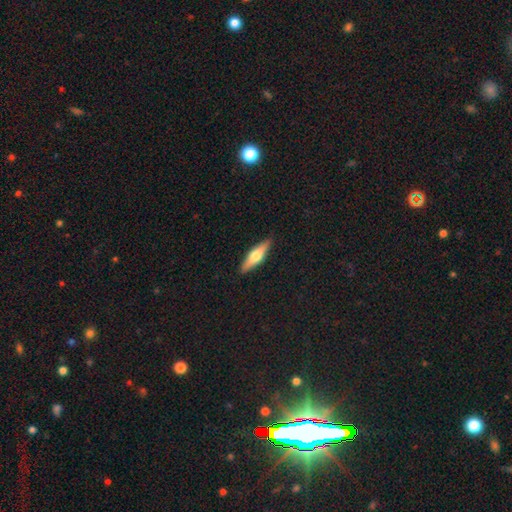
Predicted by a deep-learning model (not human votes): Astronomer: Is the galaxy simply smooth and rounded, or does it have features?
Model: smooth — 48% (runner-up: featured or disk, 47%).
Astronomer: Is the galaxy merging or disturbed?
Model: none — 89%.